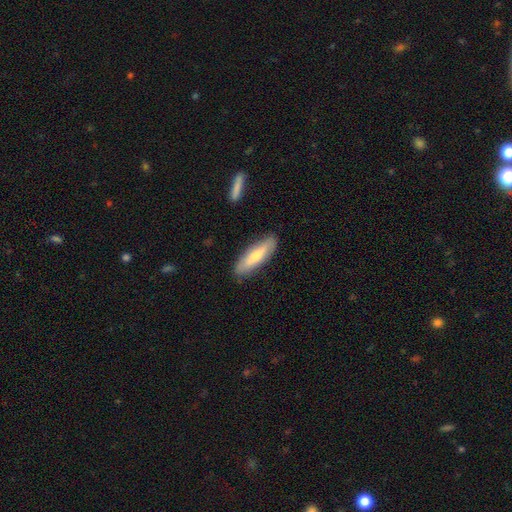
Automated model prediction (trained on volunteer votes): Q: Smooth or featured?
A: smooth (57%); runner-up: featured or disk (36%)
Q: How rounded?
A: cigar-shaped (58%); runner-up: in between (40%)
Q: Merging?
A: none (86%); runner-up: minor disturbance (10%)